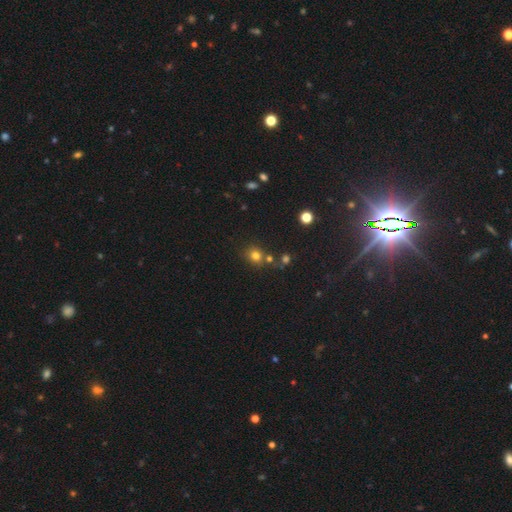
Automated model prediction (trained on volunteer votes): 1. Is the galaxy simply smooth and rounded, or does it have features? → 76% smooth, 17% star or artifact, 7% featured or disk.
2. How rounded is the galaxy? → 79% round, 20% in between, 1% cigar-shaped.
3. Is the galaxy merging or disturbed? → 68% none, 16% merger, 12% minor disturbance, 4% major disturbance.